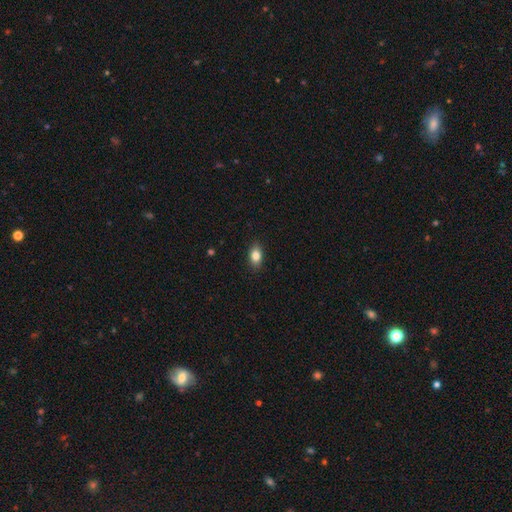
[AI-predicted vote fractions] A smooth galaxy with no disk features (83%) that is in between round and cigar-shaped (85%). Merging: none (88%).